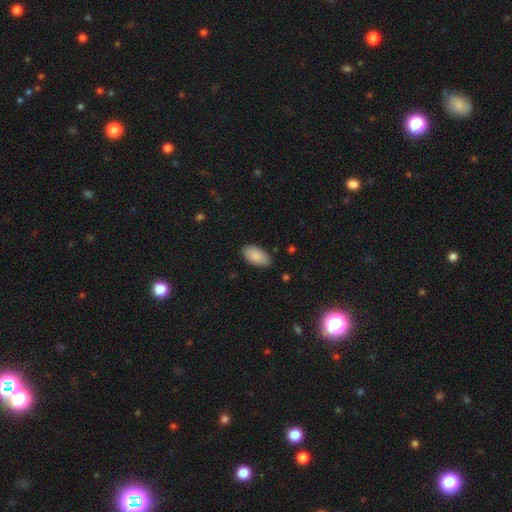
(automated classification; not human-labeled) smooth-or-featured: smooth: 88% | star or artifact: 6% | featured or disk: 5%
  how-rounded: in between: 95% | round: 2% | cigar-shaped: 2%
  merging: none: 86% | minor disturbance: 11% | major disturbance: 2% | merger: 1%